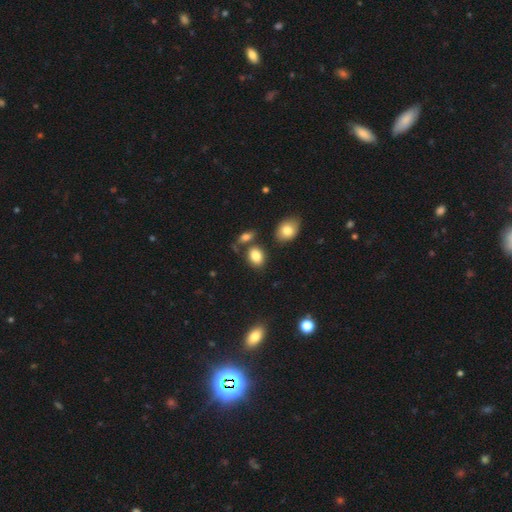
A smooth galaxy with no disk features (80%) that is in between round and cigar-shaped (72%). Merging: none (69%).